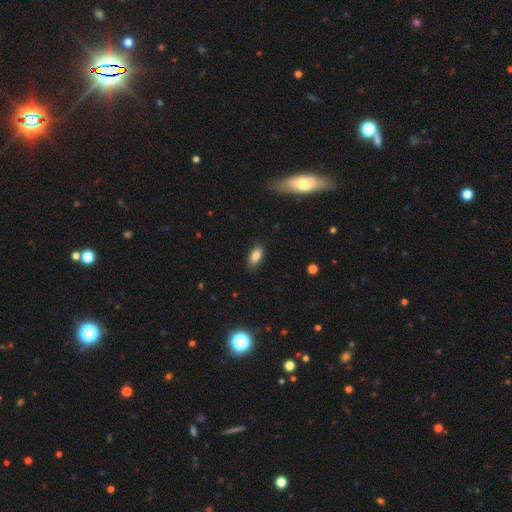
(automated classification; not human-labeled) smooth-or-featured: smooth: 85% | star or artifact: 8% | featured or disk: 6%
  how-rounded: in between: 90% | cigar-shaped: 6% | round: 4%
  merging: none: 83% | minor disturbance: 13% | major disturbance: 3% | merger: 1%